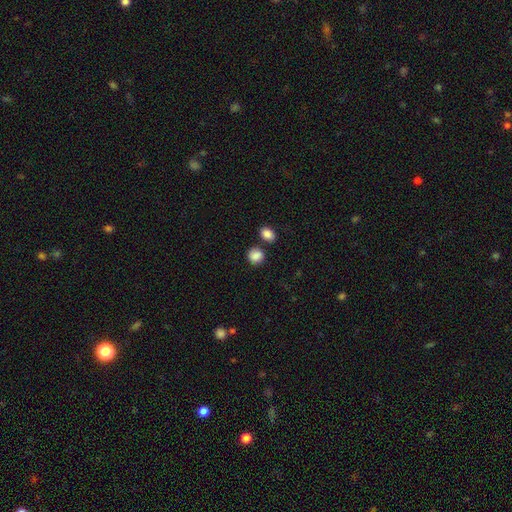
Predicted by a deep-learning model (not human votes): The model was most divided on "how rounded": round: 73%, in between: 25%, cigar-shaped: 1%. More confident: smooth or featured — smooth (87%); merging — none (70%).